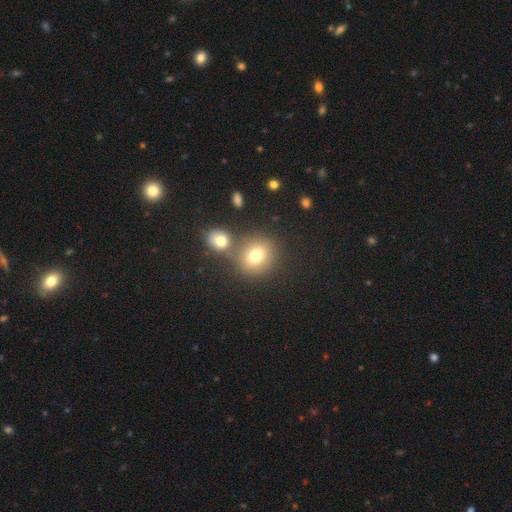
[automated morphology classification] Smooth or featured? smooth (75%)
How rounded? round (80%)
Merging? none (61%)